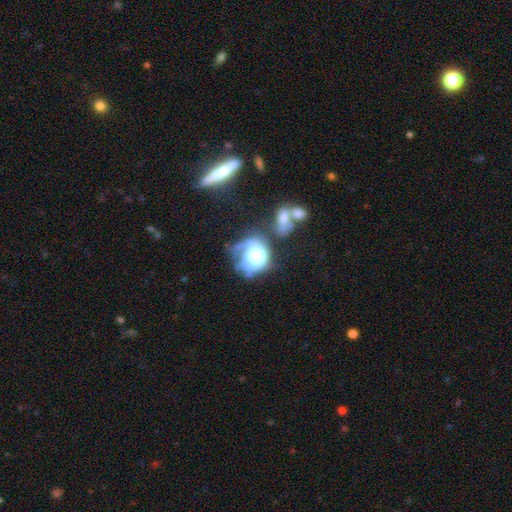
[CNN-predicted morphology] A featured or disk galaxy (53%) with no bar (79%), spiral arms (53%) and a large central bulge (52%). Merging: major disturbance (35%).